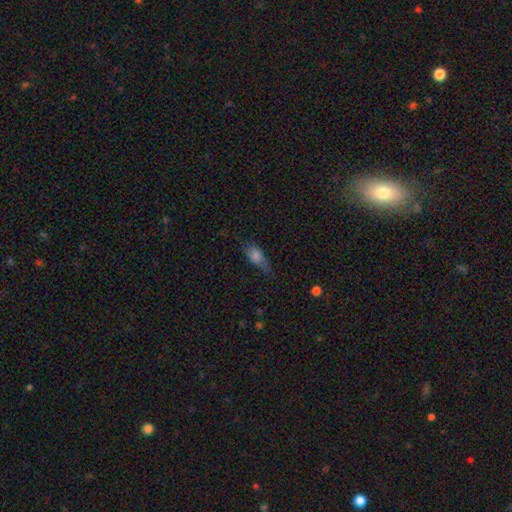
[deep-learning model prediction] Smooth or featured?
  - smooth: 72% *
  - featured or disk: 17%
  - star or artifact: 11%
How rounded?
  - in between: 75% *
  - cigar-shaped: 20%
  - round: 5%
Merging?
  - none: 51% *
  - minor disturbance: 33%
  - major disturbance: 13%
  - merger: 2%